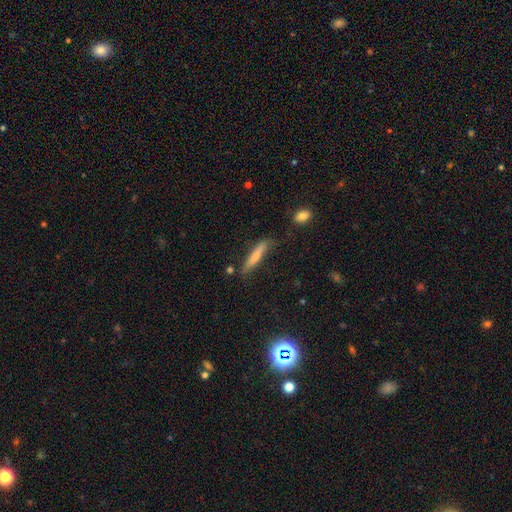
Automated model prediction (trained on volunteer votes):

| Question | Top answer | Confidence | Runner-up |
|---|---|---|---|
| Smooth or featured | smooth | 71% | featured or disk (22%) |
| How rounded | cigar-shaped | 91% | in between (8%) |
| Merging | none | 72% | minor disturbance (20%) |